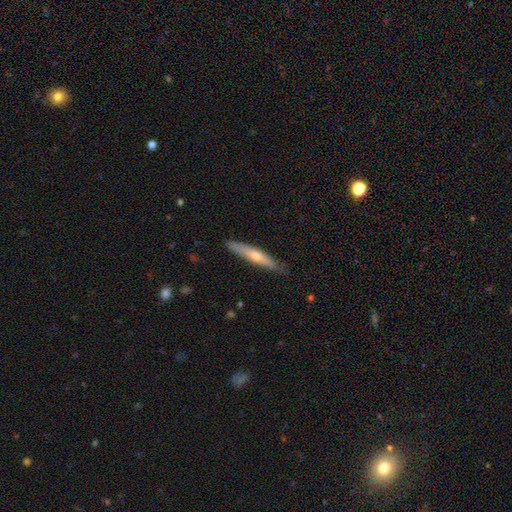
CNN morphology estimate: The model was most divided on "smooth or featured": featured or disk: 56%, smooth: 37%, star or artifact: 7%. More confident: edge-on disk — yes (93%); merging — none (88%); edge-on bulge — rounded (80%).